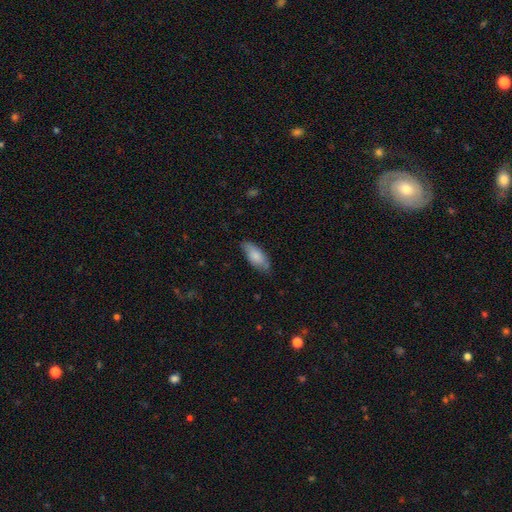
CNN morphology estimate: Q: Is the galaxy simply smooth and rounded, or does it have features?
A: smooth — 80%.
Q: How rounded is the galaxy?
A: in between — 83%.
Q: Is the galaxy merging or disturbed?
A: none — 73%.